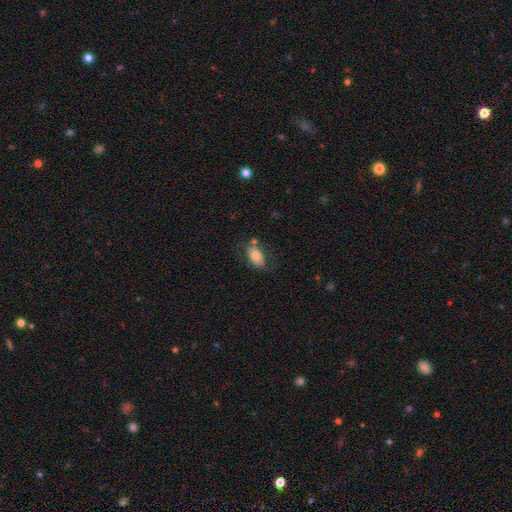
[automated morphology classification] smooth-or-featured: smooth: 71% | featured or disk: 22% | star or artifact: 8%
  how-rounded: in between: 90% | round: 8% | cigar-shaped: 2%
  merging: none: 59% | minor disturbance: 21% | major disturbance: 10% | merger: 10%